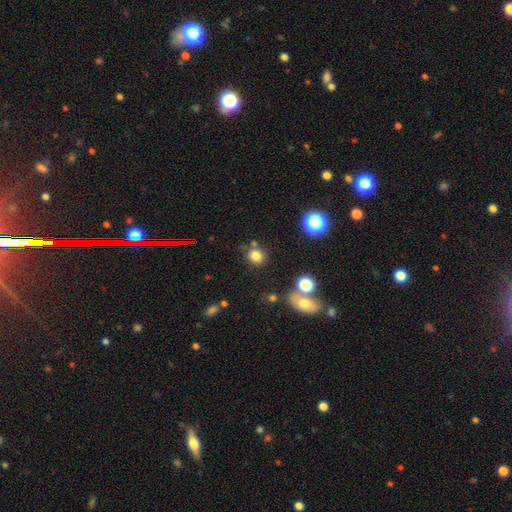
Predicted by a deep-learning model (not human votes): Smooth or featured? smooth (79%)
How rounded? round (83%)
Merging? none (76%)